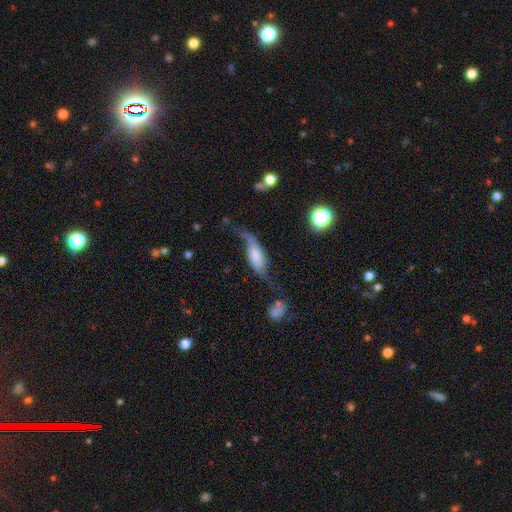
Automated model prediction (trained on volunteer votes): Smooth or featured: featured or disk — 68% (smooth — 24%)
Edge-on disk: no — 79% (yes — 21%)
Bar: no — 54% (weak — 32%)
Spiral arms: yes — 90% (no — 10%)
Bulge size: moderate — 29% (small — 25%)
Merging: none — 46% (minor disturbance — 25%)